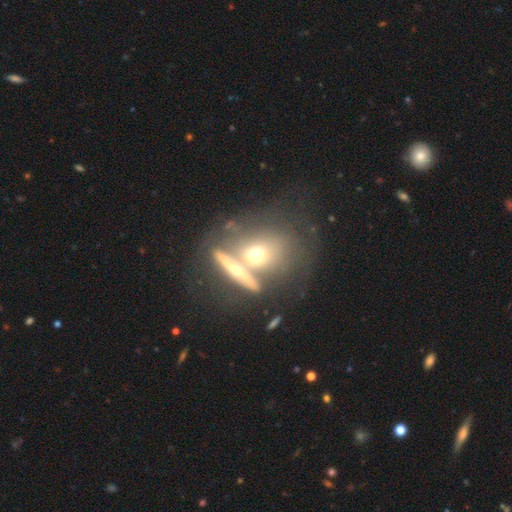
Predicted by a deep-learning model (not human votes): The model was most divided on "merging": none: 41%, merger: 40%, minor disturbance: 11%, major disturbance: 7%. Remaining: smooth or featured — featured or disk (47%).